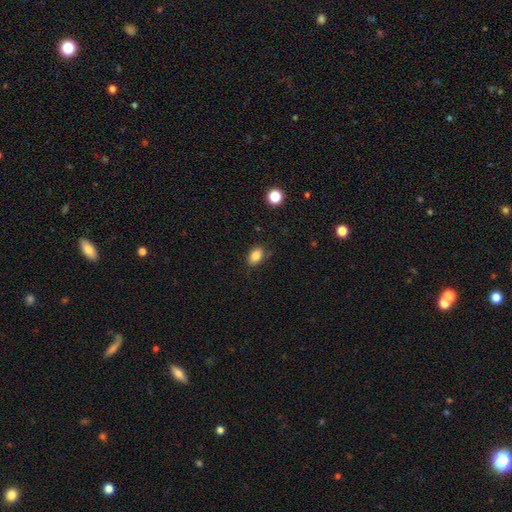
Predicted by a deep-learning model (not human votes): smooth_or_featured: smooth (p=0.83) [alt: star or artifact p=0.10]
how_rounded: in between (p=0.84) [alt: round p=0.15]
merging: none (p=0.80) [alt: minor disturbance p=0.15]